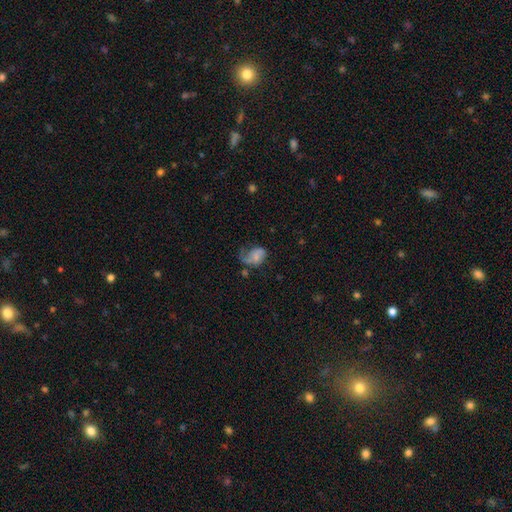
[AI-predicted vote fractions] Morphology: type=featured or disk (49%); merging=major disturbance (44%).